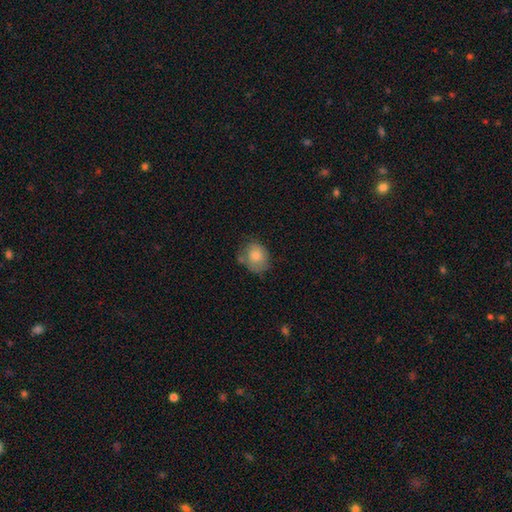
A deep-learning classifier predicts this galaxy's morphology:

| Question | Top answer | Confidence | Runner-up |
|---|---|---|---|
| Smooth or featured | smooth | 80% | featured or disk (13%) |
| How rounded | round | 51% | in between (48%) |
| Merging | none | 52% | minor disturbance (31%) |